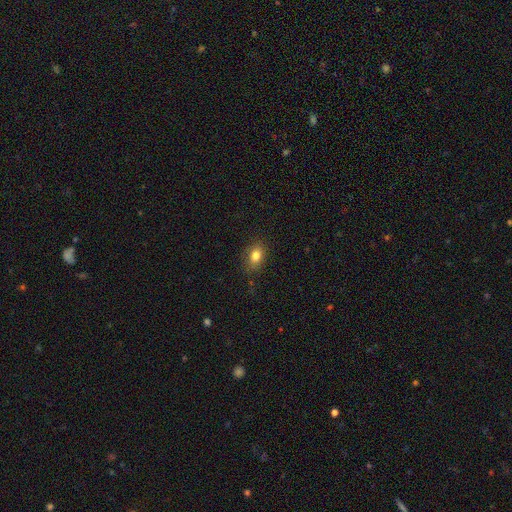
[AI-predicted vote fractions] smooth 81%, star or artifact 11%, featured or disk 8%. Down the decision tree: how rounded — in between (71%); merging — none (84%).